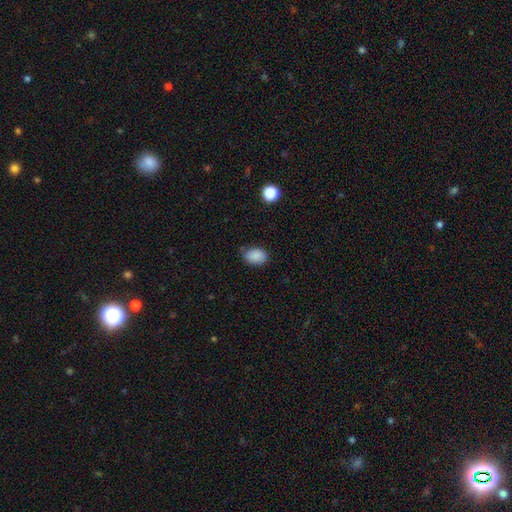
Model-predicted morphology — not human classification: type=smooth (88%); roundness=in between (79%); merging=none (70%).